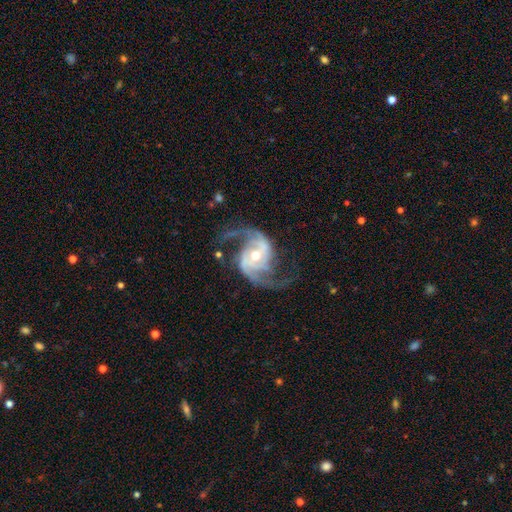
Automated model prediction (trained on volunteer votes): Morphology: type=featured or disk (92%); edge-on=no (98%); bar=no (43%); spiral arms=yes (98%); winding=medium (49%); arm count=2 (88%); bulge=moderate (55%); merging=none (73%).